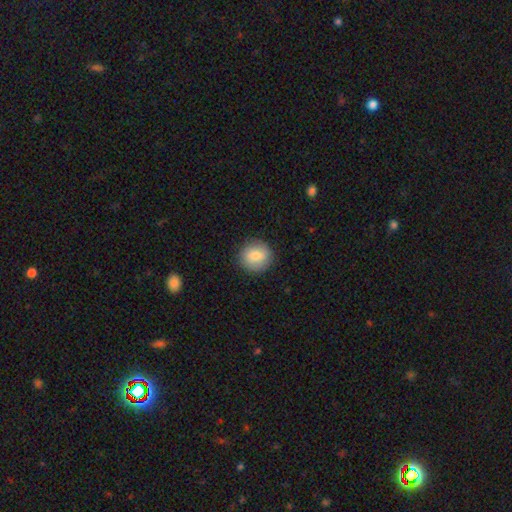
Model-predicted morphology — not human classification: type=smooth (79%); roundness=round (91%); merging=none (89%).